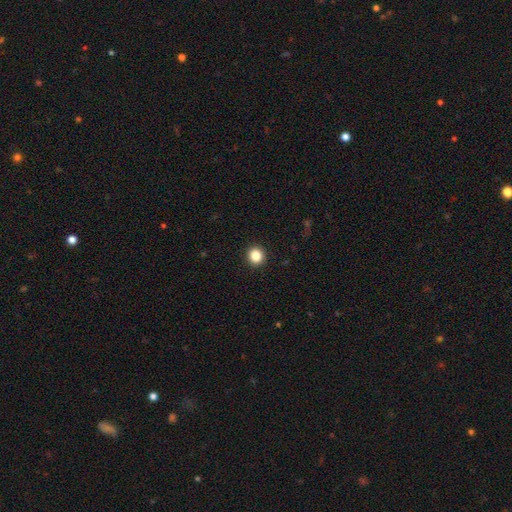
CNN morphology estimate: This is clearly a smooth galaxy (85%). How rounded: clearly round (91%). Merging: clearly none (93%).